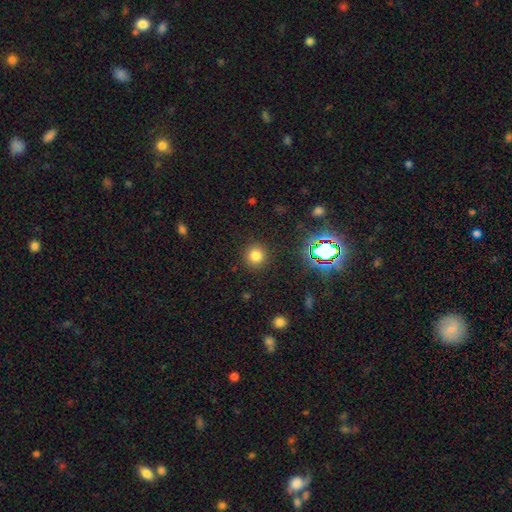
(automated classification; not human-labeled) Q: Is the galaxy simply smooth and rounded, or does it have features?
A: smooth — 78%.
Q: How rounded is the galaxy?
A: round — 93%.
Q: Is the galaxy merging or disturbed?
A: none — 90%.